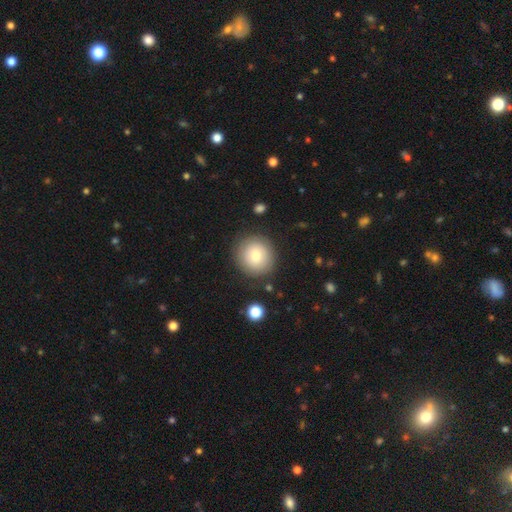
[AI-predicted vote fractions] This is likely a smooth galaxy (75%). How rounded: clearly round (91%). Merging: clearly none (84%).